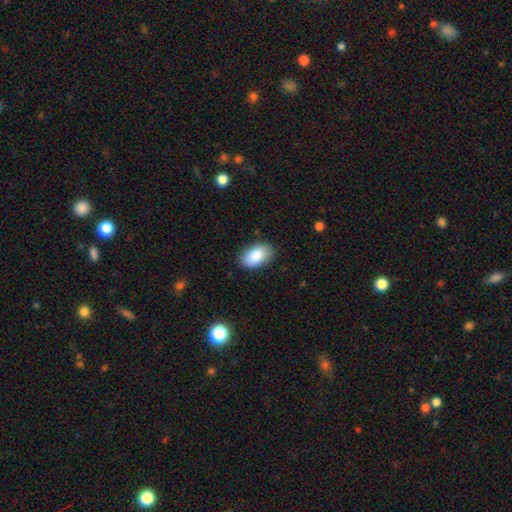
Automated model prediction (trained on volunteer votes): Smooth or featured? Predicted: smooth (p=0.88). How rounded? Predicted: in between (p=0.93). Merging? Predicted: none (p=0.85).